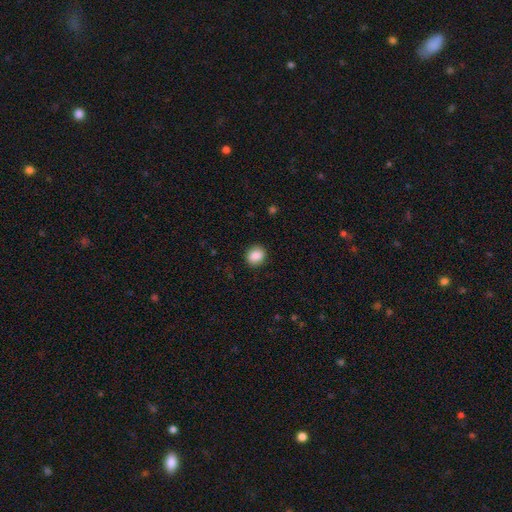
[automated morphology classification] Overall: smooth (88%). How rounded: round (73%). Merging: none (90%).